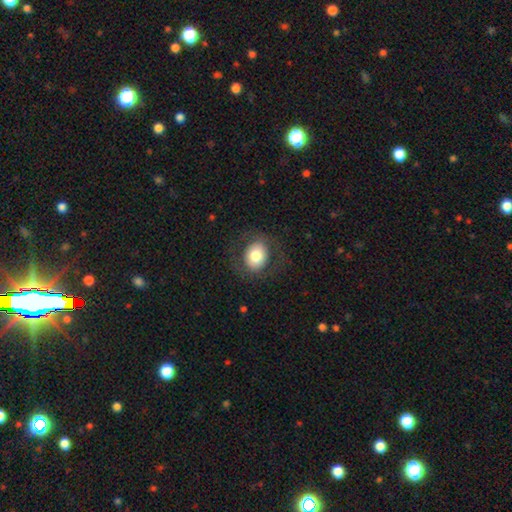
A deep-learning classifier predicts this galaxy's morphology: Smooth or featured: smooth — 70% (featured or disk — 22%)
How rounded: round — 62% (in between — 37%)
Merging: none — 79% (minor disturbance — 11%)